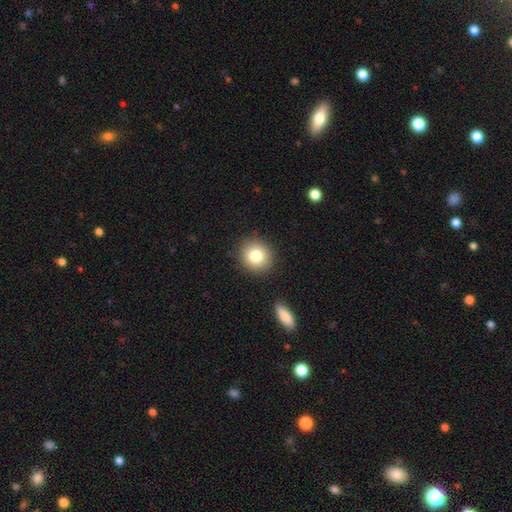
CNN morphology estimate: Smooth or featured? smooth (80%)
How rounded? round (88%)
Merging? none (89%)